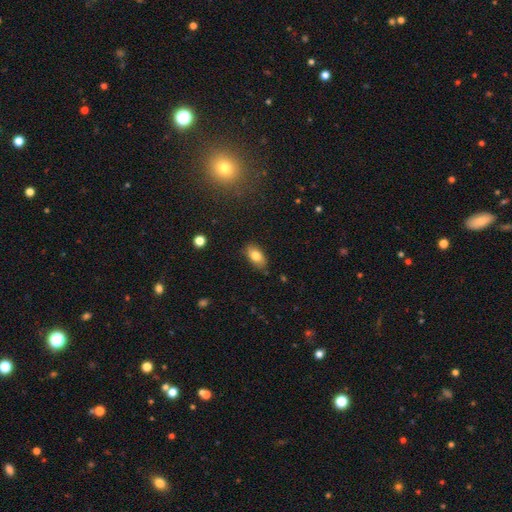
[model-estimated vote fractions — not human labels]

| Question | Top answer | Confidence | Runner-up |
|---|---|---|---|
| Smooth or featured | smooth | 80% | featured or disk (13%) |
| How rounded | in between | 90% | round (5%) |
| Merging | none | 84% | minor disturbance (13%) |